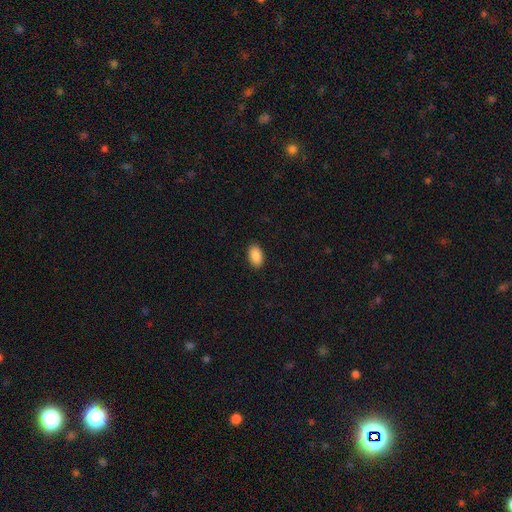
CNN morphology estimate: Smooth or featured: smooth — 90% (star or artifact — 7%)
How rounded: in between — 93% (round — 5%)
Merging: none — 90% (minor disturbance — 7%)